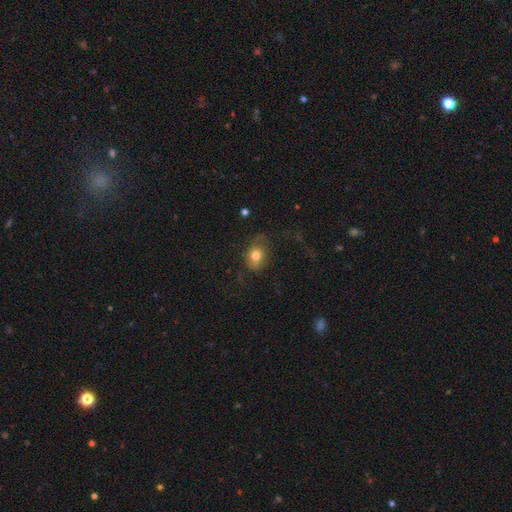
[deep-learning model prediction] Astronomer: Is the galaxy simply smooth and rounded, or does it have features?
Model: smooth — 76%.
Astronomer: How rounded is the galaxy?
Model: in between — 53% (runner-up: round, 46%).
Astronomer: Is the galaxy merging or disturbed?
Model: none — 56%.